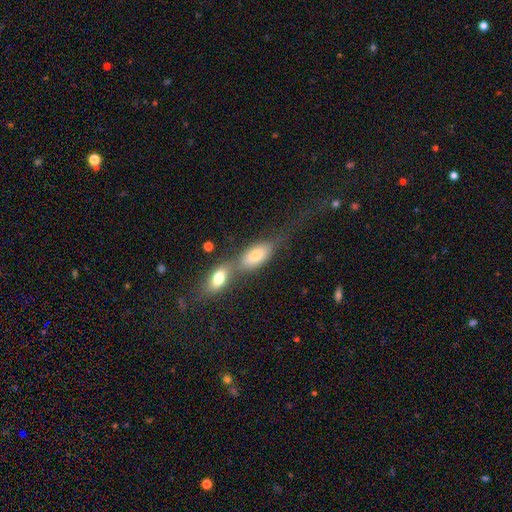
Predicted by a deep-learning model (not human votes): Overall: smooth (71%). How rounded: in between (84%). Merging: merger (60%; none 23%).